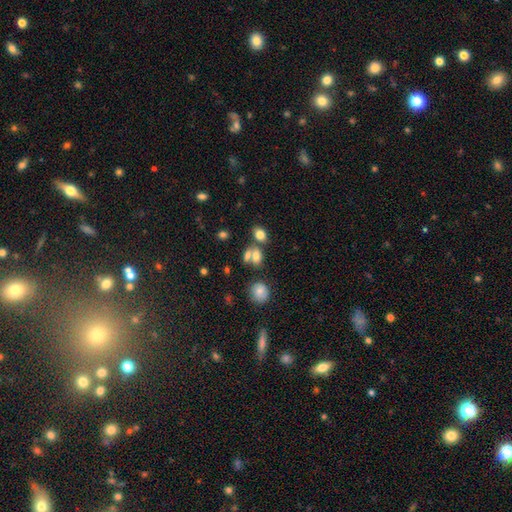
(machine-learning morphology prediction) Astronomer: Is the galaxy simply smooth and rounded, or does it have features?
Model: smooth — 72%.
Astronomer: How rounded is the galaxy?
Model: in between — 71%.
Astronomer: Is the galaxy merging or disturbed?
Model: merger — 43% (runner-up: none, 40%).